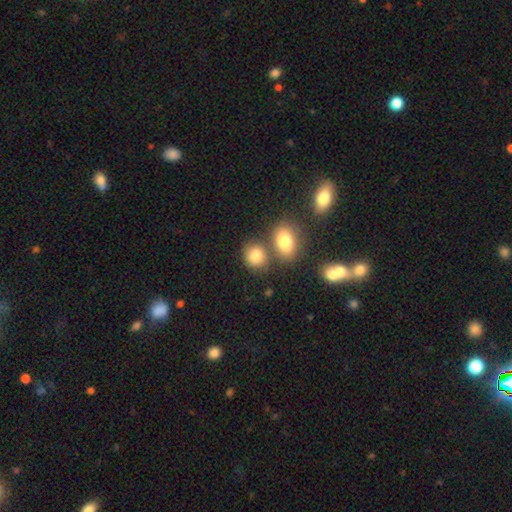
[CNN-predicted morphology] type=smooth (82%); roundness=round (65%); merging=none (61%).